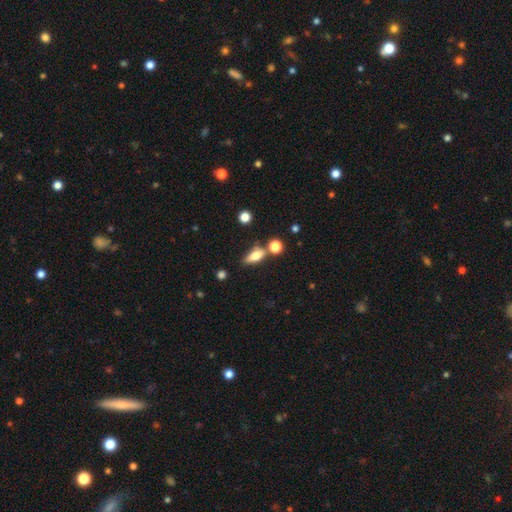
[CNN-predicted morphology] Smooth or featured? Predicted: smooth (p=0.68). How rounded? Predicted: in between (p=0.70). Merging? Predicted: none (p=0.60).